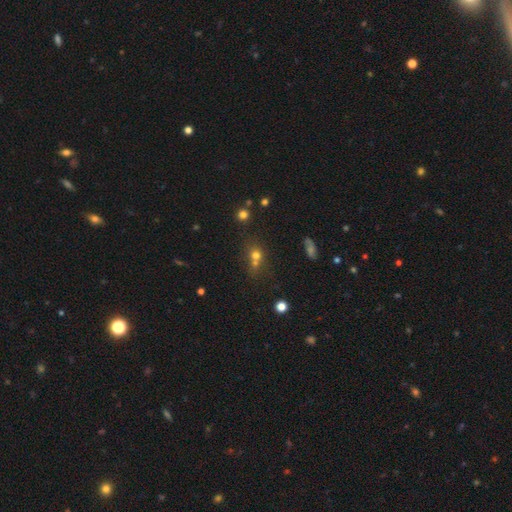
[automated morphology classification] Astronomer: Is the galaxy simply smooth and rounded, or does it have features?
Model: smooth — 56%.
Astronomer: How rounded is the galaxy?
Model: round — 73%.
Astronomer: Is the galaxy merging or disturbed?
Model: none — 43%, tied with merger at 43%.